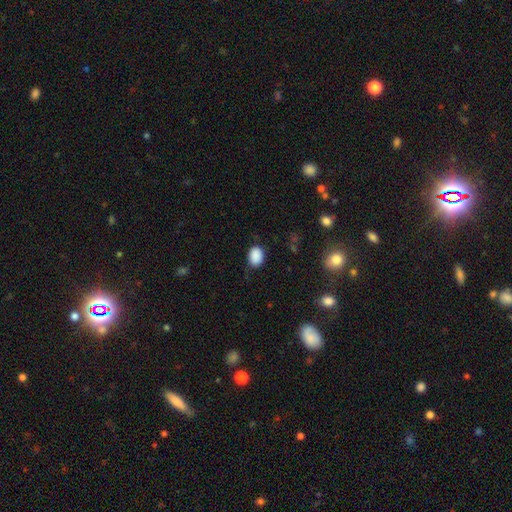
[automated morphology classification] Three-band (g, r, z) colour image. It shows a smooth galaxy with no disk features (89%) that is in between round and cigar-shaped (69%). Merging: none (78%).